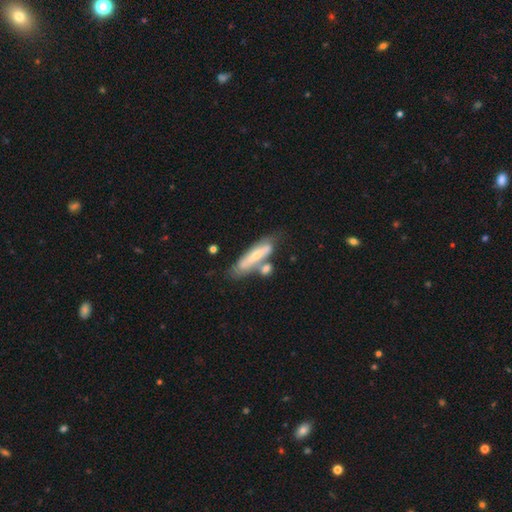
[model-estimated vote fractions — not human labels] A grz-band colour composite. It shows a featured or disk galaxy (48%). Merging: none (46%).